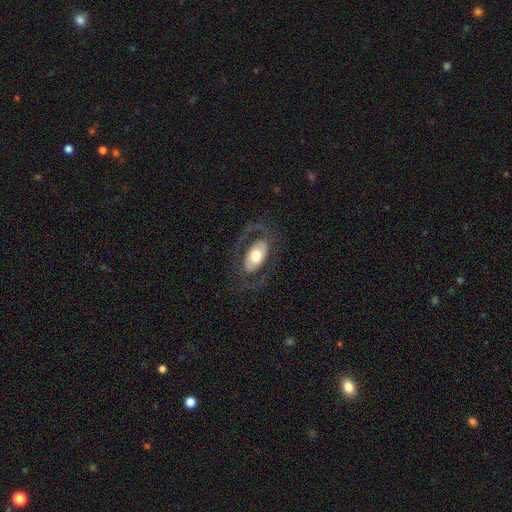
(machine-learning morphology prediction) Smooth or featured: featured or disk — 64% (smooth — 30%)
Edge-on disk: no — 92% (yes — 8%)
Bar: no — 66% (weak — 22%)
Spiral arms: yes — 59% (no — 41%)
Bulge size: moderate — 58% (large — 30%)
Merging: none — 71% (major disturbance — 15%)